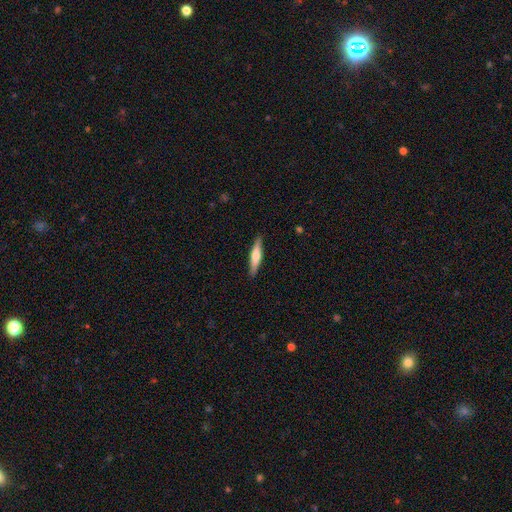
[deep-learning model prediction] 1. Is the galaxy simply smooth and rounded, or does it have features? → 52% smooth, 42% featured or disk, 6% star or artifact.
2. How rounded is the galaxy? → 83% cigar-shaped, 16% in between, 2% round.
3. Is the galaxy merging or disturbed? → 88% none, 9% minor disturbance, 2% major disturbance, 1% merger.